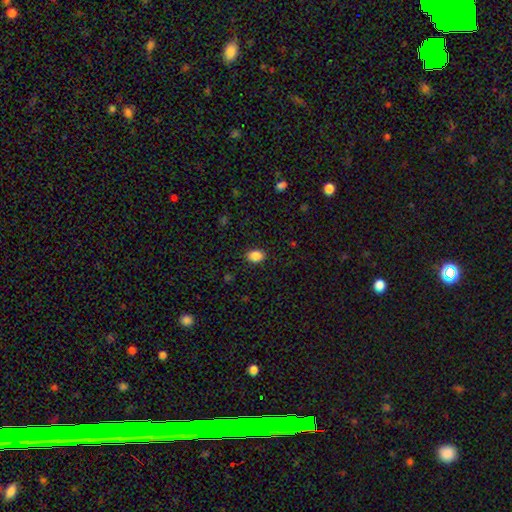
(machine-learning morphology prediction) smooth-or-featured: smooth: 87% | star or artifact: 9% | featured or disk: 3%
  how-rounded: in between: 64% | round: 35% | cigar-shaped: 1%
  merging: none: 88% | minor disturbance: 9% | major disturbance: 2% | merger: 1%